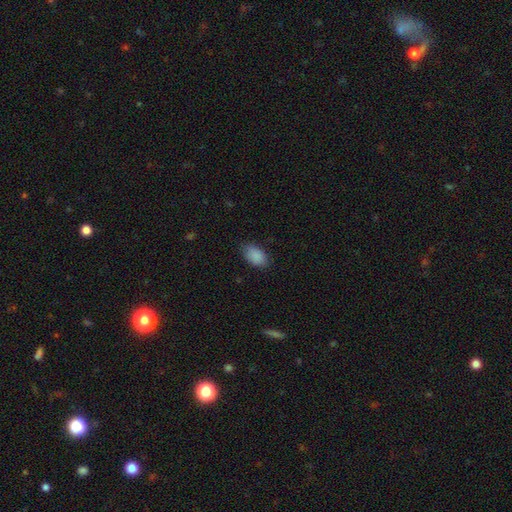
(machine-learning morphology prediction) smooth_or_featured: smooth (p=0.89) [alt: star or artifact p=0.07]
how_rounded: in between (p=0.92) [alt: round p=0.07]
merging: none (p=0.80) [alt: minor disturbance p=0.16]